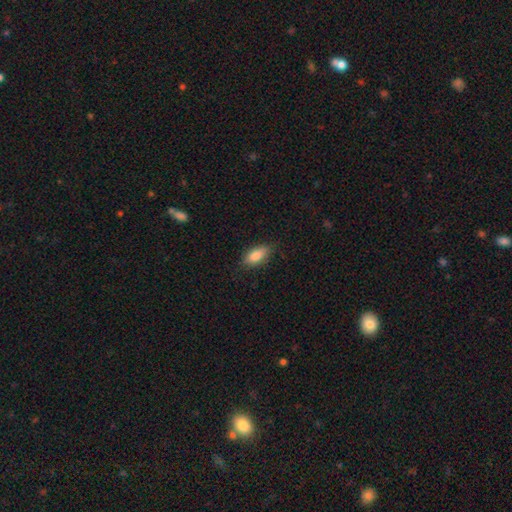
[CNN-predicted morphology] Q: Smooth or featured?
A: smooth (85%); runner-up: featured or disk (8%)
Q: How rounded?
A: in between (84%); runner-up: cigar-shaped (13%)
Q: Merging?
A: none (80%); runner-up: minor disturbance (16%)